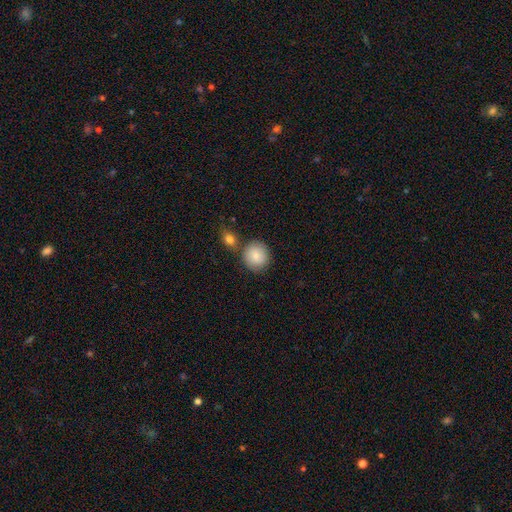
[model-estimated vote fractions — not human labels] Smooth or featured: smooth — 86% (featured or disk — 7%)
How rounded: round — 90% (in between — 9%)
Merging: none — 72% (merger — 15%)